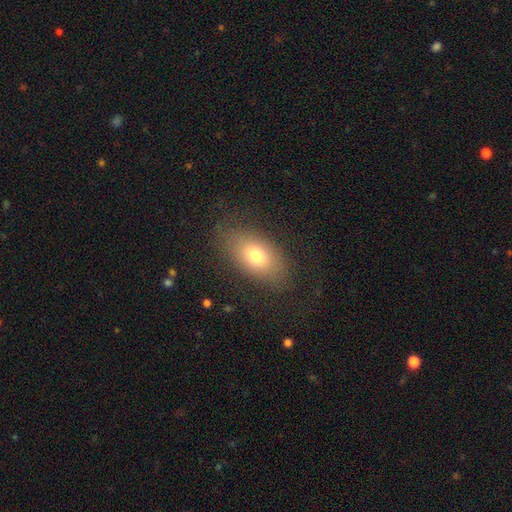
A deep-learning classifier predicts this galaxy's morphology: Q: Smooth or featured?
A: smooth (73%); runner-up: featured or disk (17%)
Q: How rounded?
A: in between (88%); runner-up: round (8%)
Q: Merging?
A: none (79%); runner-up: minor disturbance (14%)